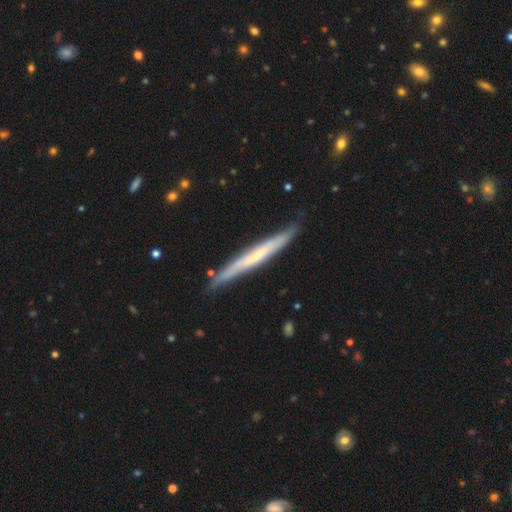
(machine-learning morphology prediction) featured or disk 52%, smooth 42%, star or artifact 5%. Down the decision tree: edge-on disk — yes (92%); merging — none (81%).